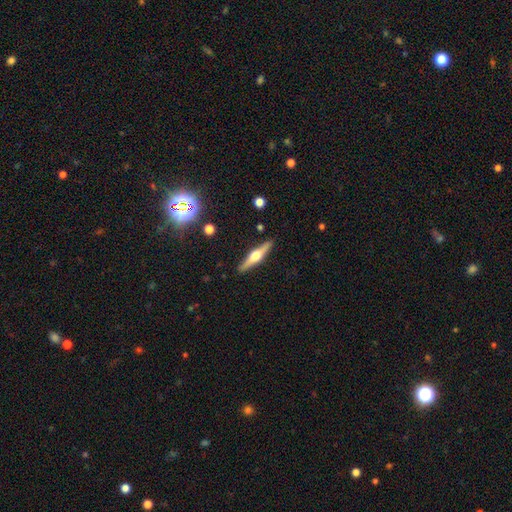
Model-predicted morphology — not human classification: Smooth or featured? Predicted: featured or disk (p=0.70). Edge-on disk? Predicted: yes (p=0.97). Edge-on bulge? Predicted: rounded (p=0.94). Merging? Predicted: none (p=0.90).